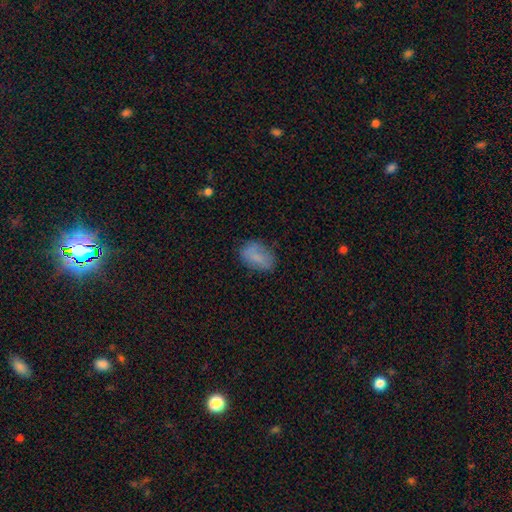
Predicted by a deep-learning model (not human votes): smooth-or-featured: smooth: 79% | featured or disk: 12% | star or artifact: 9%
  how-rounded: in between: 89% | round: 9% | cigar-shaped: 2%
  merging: none: 70% | minor disturbance: 22% | major disturbance: 6% | merger: 2%